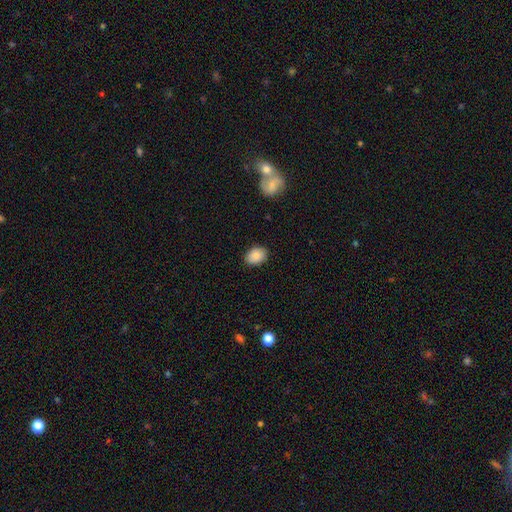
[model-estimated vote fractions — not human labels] The model was most divided on "how rounded": in between: 69%, round: 30%, cigar-shaped: 1%. More confident: smooth or featured — smooth (88%); merging — none (87%).